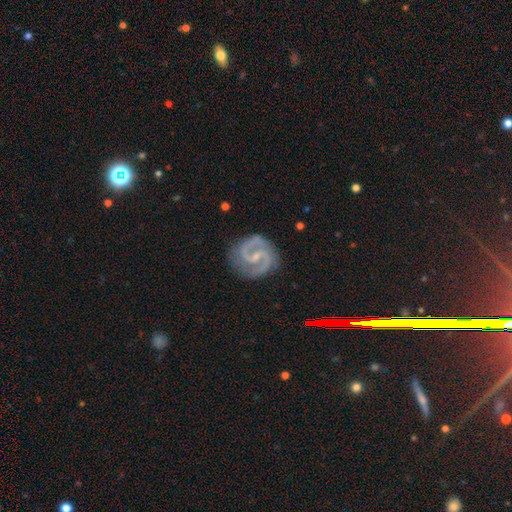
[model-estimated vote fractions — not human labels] Smooth or featured? featured or disk (93%)
Edge-on disk? no (98%)
Bar? weak (50%)
Spiral arms? yes (98%)
Spiral winding? medium (62%)
Spiral arm count? 2 (94%)
Bulge size? small (66%)
Merging? none (83%)